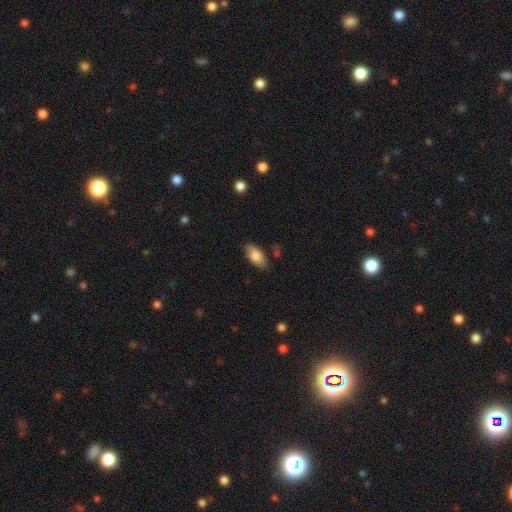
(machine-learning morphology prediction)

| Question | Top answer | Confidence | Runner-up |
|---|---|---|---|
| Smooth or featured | smooth | 83% | featured or disk (11%) |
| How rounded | in between | 90% | cigar-shaped (7%) |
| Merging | none | 79% | minor disturbance (15%) |